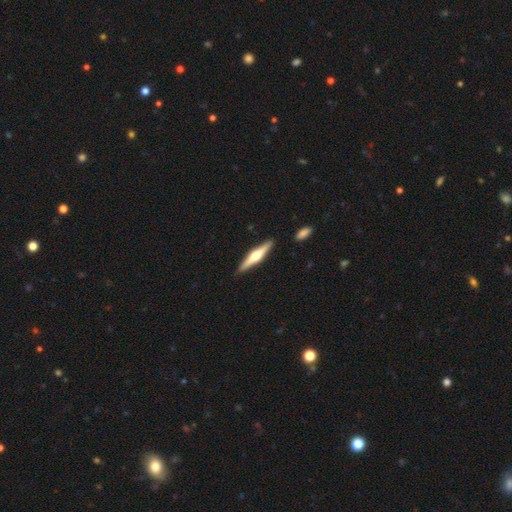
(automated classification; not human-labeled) Morphology: type=featured or disk (64%); edge-on=yes (97%); edge-on bulge=rounded (91%); merging=none (90%).